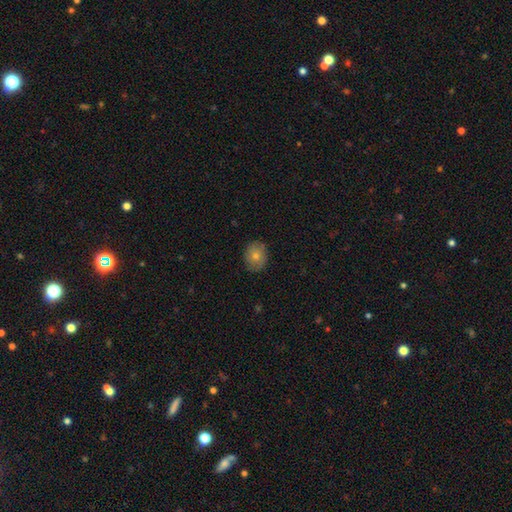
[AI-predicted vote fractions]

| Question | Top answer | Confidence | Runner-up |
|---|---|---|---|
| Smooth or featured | smooth | 68% | featured or disk (22%) |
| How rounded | round | 56% | in between (43%) |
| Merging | none | 83% | minor disturbance (13%) |